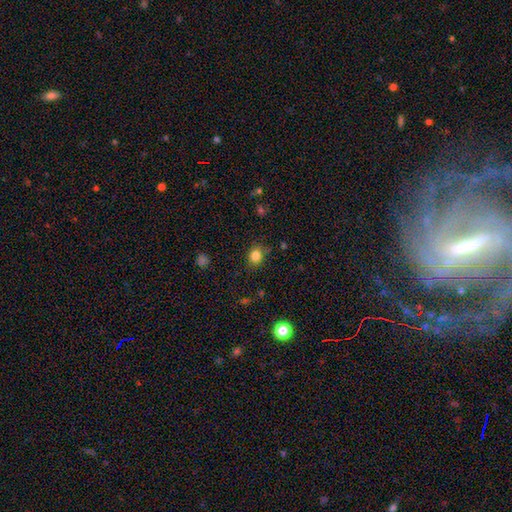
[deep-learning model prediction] This appears to be a smooth galaxy with no disk features (83%) that is round (66%). Merging: none (81%).